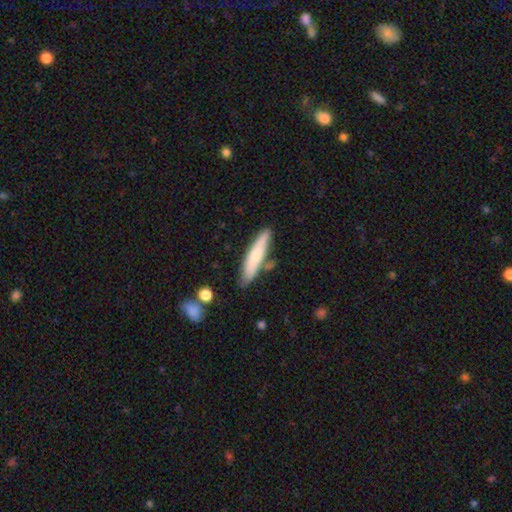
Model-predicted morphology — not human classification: Overall: smooth (65%; featured or disk 29%). How rounded: cigar-shaped (83%). Merging: none (75%).